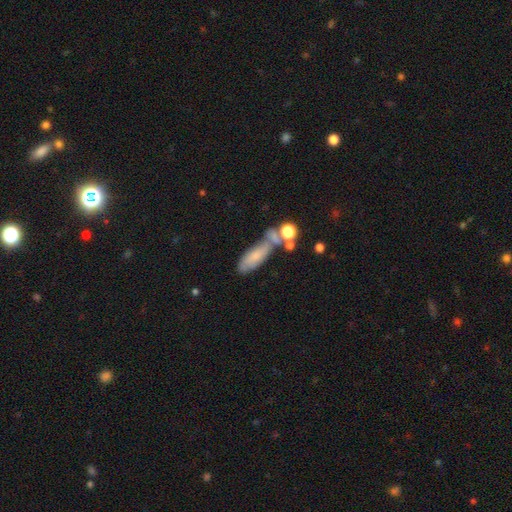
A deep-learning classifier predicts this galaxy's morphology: A smooth galaxy with no disk features (60%) that is in between round and cigar-shaped (59%). Merging: none (44%).